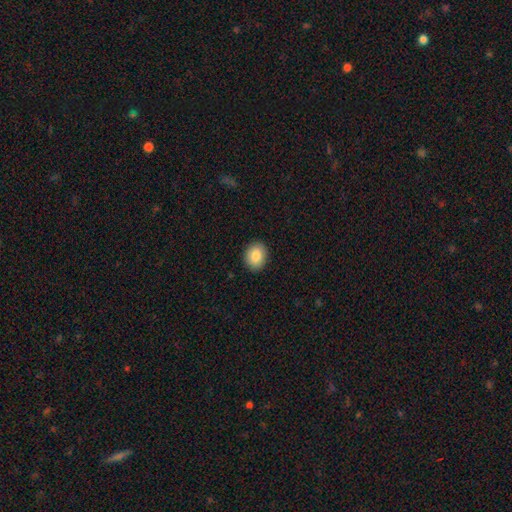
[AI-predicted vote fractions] Q: Smooth or featured?
A: smooth (86%); runner-up: star or artifact (8%)
Q: How rounded?
A: in between (54%); runner-up: round (45%)
Q: Merging?
A: none (90%); runner-up: minor disturbance (7%)